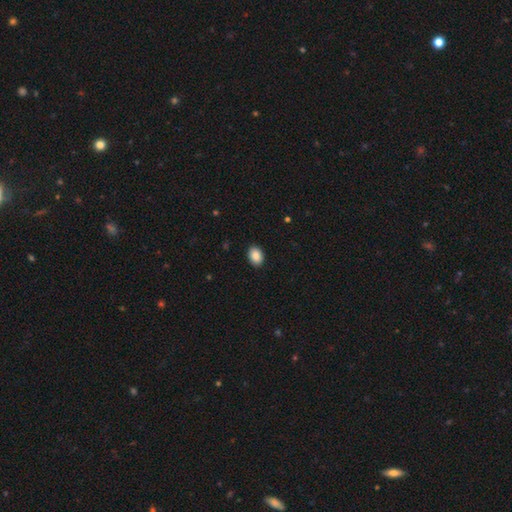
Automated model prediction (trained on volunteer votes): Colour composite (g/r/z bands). It shows a smooth galaxy with no disk features (89%) that is in between round and cigar-shaped (77%). Merging: none (91%).